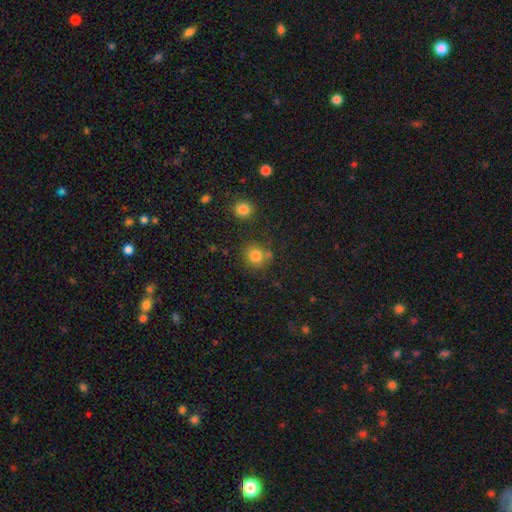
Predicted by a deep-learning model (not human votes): Smooth or featured? smooth (81%)
How rounded? round (84%)
Merging? none (72%)